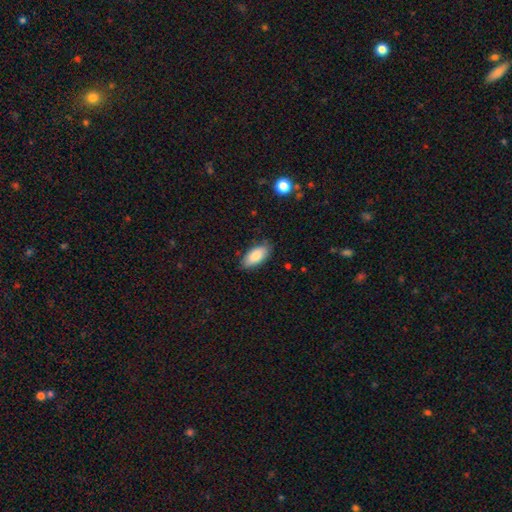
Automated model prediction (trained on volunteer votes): Overall: smooth (85%). How rounded: in between (91%). Merging: none (81%).